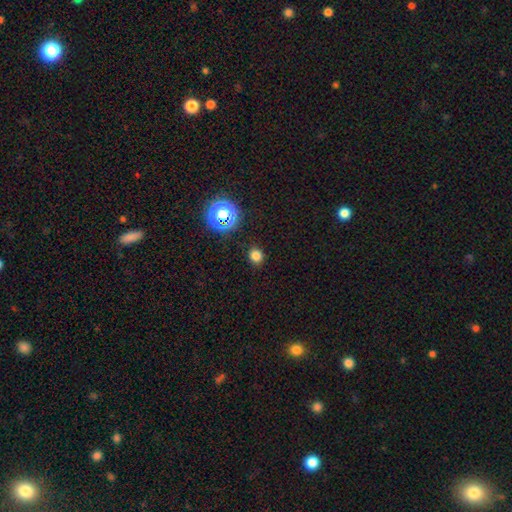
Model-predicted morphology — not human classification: A smooth galaxy with no disk features (77%) that is round (79%). Merging: none (88%).